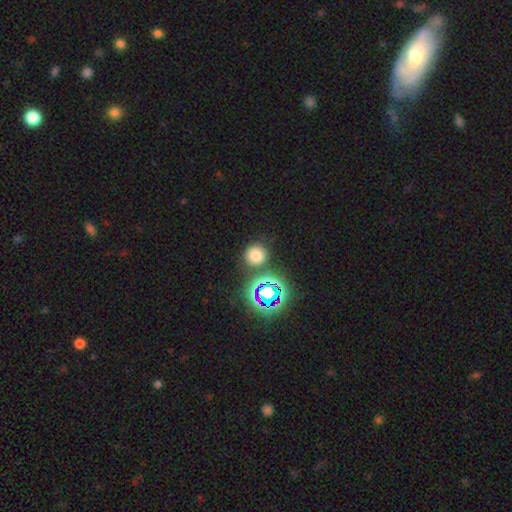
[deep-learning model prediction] Q: Smooth or featured?
A: smooth (68%); runner-up: star or artifact (24%)
Q: How rounded?
A: round (90%); runner-up: in between (9%)
Q: Merging?
A: none (82%); runner-up: minor disturbance (9%)